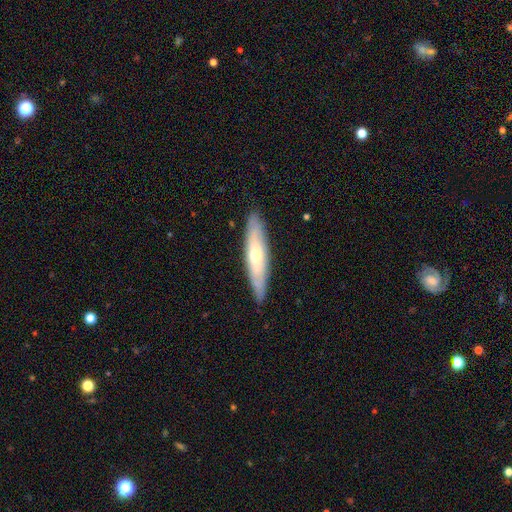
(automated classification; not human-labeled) A featured or disk galaxy (52%) viewed edge-on (69%). Merging: none (88%).